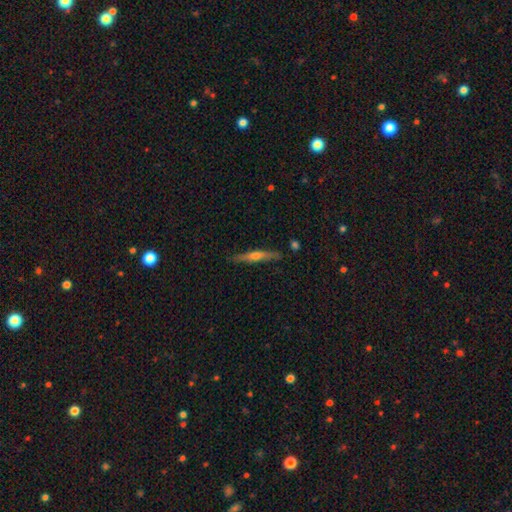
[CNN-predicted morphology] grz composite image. It shows a featured or disk galaxy (66%) viewed edge-on (97%) with a rounded central bulge (83%). Merging: none (87%).